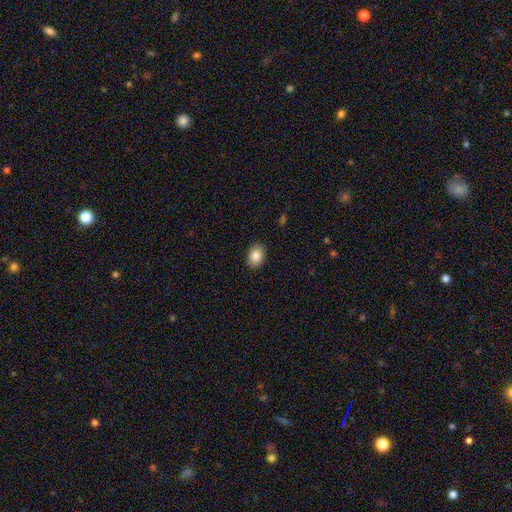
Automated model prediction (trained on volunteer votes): A smooth galaxy with no disk features (86%) that is in between round and cigar-shaped (79%).

Vote fractions:
- Smooth or featured? smooth: 86% / star or artifact: 8% / featured or disk: 7%
- How rounded? in between: 79% / round: 20% / cigar-shaped: 1%
- Merging? none: 89% / minor disturbance: 8% / major disturbance: 2% / merger: 1%